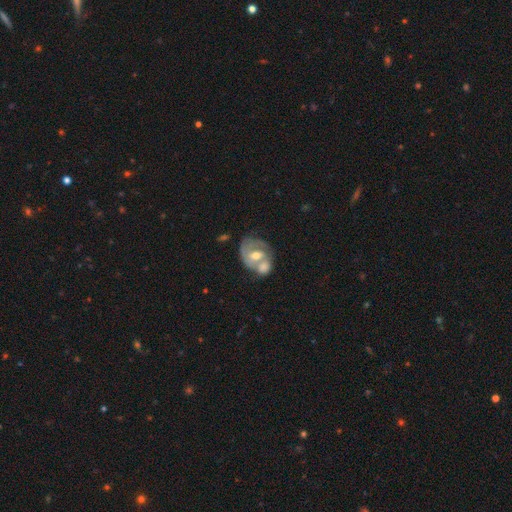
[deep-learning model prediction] featured or disk 65%, smooth 29%, star or artifact 6%. Down the decision tree: edge-on disk — no (97%); bar — no (52%); spiral arms — yes (67%); bulge size — moderate (71%); merging — merger (58%).